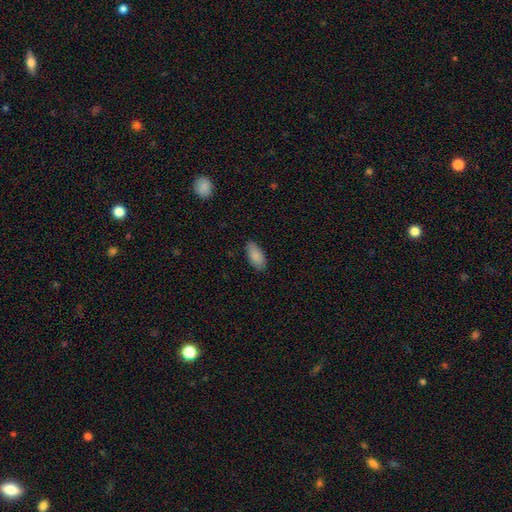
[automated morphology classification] Smooth or featured: smooth — 87% (featured or disk — 6%)
How rounded: in between — 91% (cigar-shaped — 7%)
Merging: none — 82% (minor disturbance — 15%)